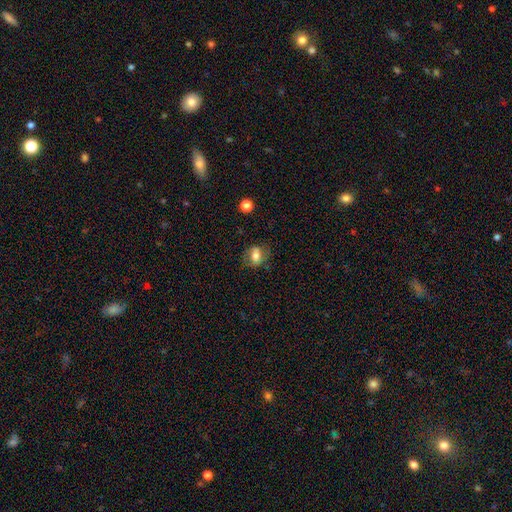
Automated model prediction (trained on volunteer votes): This is likely a smooth galaxy (67%). How rounded: likely in between (65%). Merging: likely none (69%).